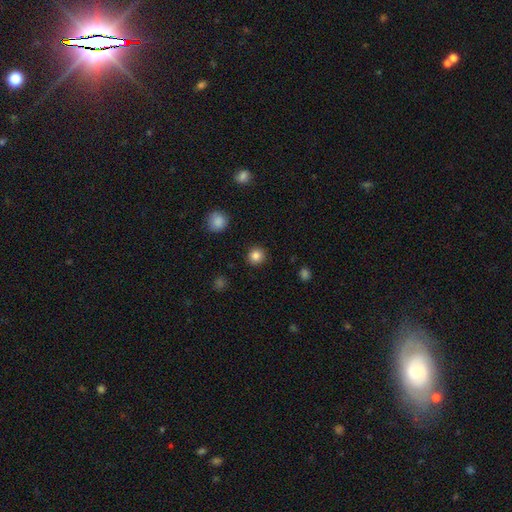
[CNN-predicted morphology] Q: Smooth or featured?
A: smooth (84%); runner-up: star or artifact (11%)
Q: How rounded?
A: round (93%); runner-up: in between (6%)
Q: Merging?
A: none (92%); runner-up: minor disturbance (5%)